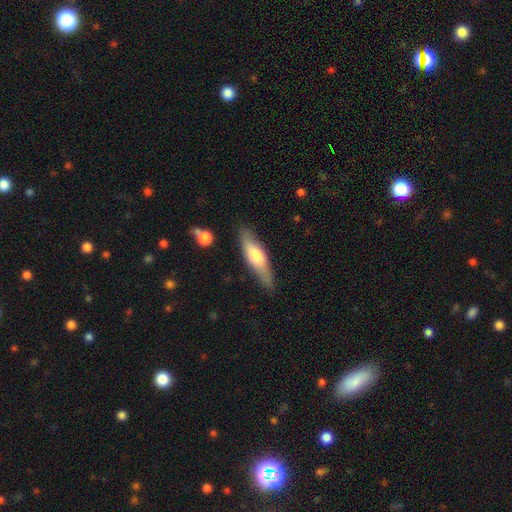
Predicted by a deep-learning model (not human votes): smooth 58%, featured or disk 37%, star or artifact 5%. Down the decision tree: how rounded — cigar-shaped (66%); merging — none (82%).